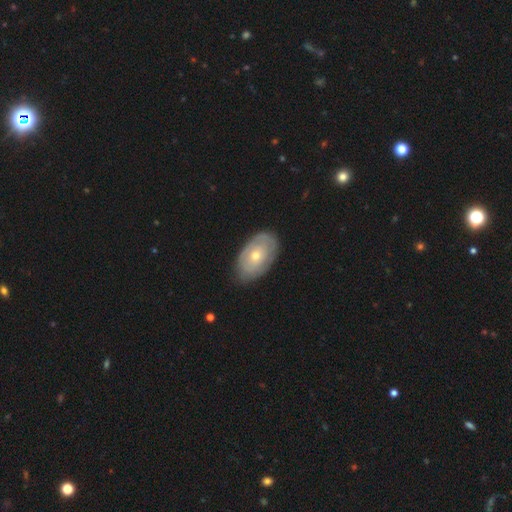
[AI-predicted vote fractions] Overall: featured or disk (50%; smooth 45%). Merging: none (79%).